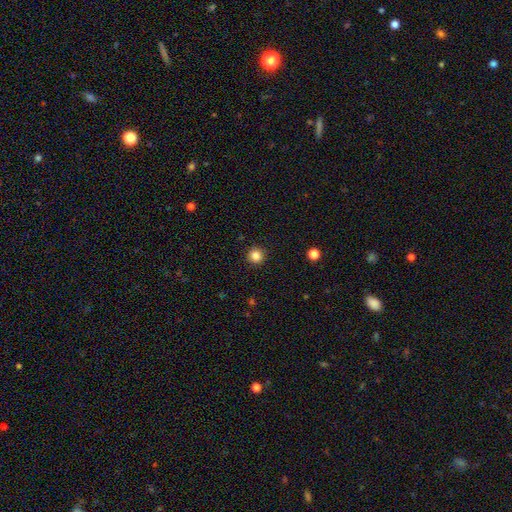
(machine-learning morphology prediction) Smooth or featured?
  - smooth: 84% *
  - star or artifact: 12%
  - featured or disk: 4%
How rounded?
  - round: 95% *
  - in between: 4%
  - cigar-shaped: 1%
Merging?
  - none: 93% *
  - minor disturbance: 5%
  - major disturbance: 2%
  - merger: 1%